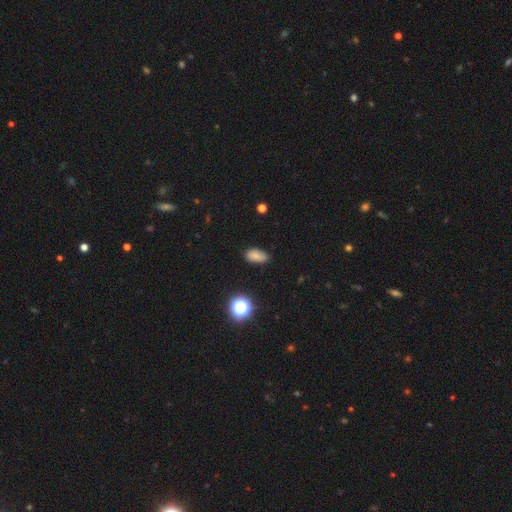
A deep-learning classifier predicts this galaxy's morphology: Smooth or featured? Predicted: smooth (p=0.79). How rounded? Predicted: in between (p=0.90). Merging? Predicted: none (p=0.75).